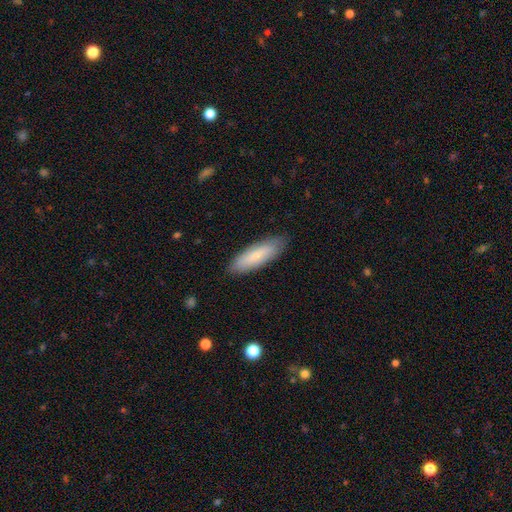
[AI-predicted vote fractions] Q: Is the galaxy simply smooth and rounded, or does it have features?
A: smooth — 78%.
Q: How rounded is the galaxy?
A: cigar-shaped — 51%.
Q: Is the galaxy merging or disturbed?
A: none — 86%.